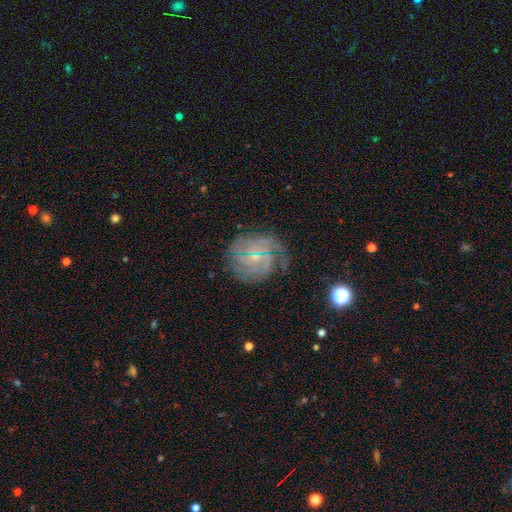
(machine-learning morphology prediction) Smooth or featured?
  - featured or disk: 77% *
  - smooth: 13%
  - star or artifact: 10%
Edge-on disk?
  - no: 97% *
  - yes: 3%
Bar?
  - weak: 50% *
  - no: 37%
  - strong: 12%
Spiral arms?
  - yes: 94% *
  - no: 6%
Spiral winding?
  - tight: 65% *
  - medium: 27%
  - loose: 8%
Spiral arm count?
  - can't tell: 37% *
  - 3: 18%
  - 4: 15%
  - 2: 15%
  - more than 4: 8%
  - 1: 7%
Bulge size?
  - small: 75% *
  - moderate: 14%
  - none: 9%
  - large: 1%
  - dominant: 1%
Merging?
  - none: 68% *
  - minor disturbance: 19%
  - major disturbance: 10%
  - merger: 2%